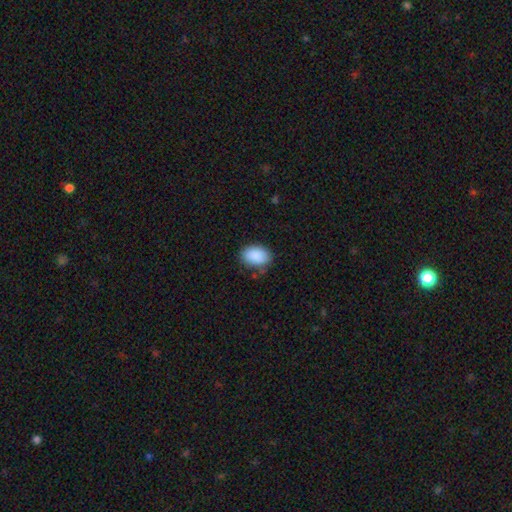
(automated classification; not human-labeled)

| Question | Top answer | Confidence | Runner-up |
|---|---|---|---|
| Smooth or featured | smooth | 90% | star or artifact (7%) |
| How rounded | in between | 85% | round (14%) |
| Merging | none | 80% | minor disturbance (15%) |